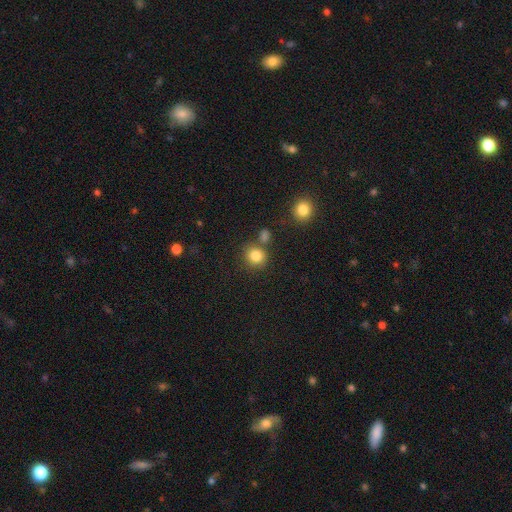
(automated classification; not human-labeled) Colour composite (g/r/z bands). It shows a smooth galaxy with no disk features (83%) that is round (88%). Merging: none (73%).